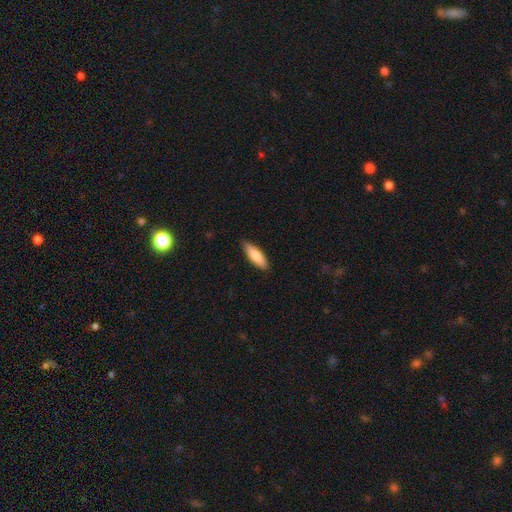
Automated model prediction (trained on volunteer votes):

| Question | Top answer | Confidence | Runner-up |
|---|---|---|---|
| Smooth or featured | smooth | 83% | featured or disk (12%) |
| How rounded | in between | 51% | cigar-shaped (48%) |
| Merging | none | 87% | minor disturbance (10%) |